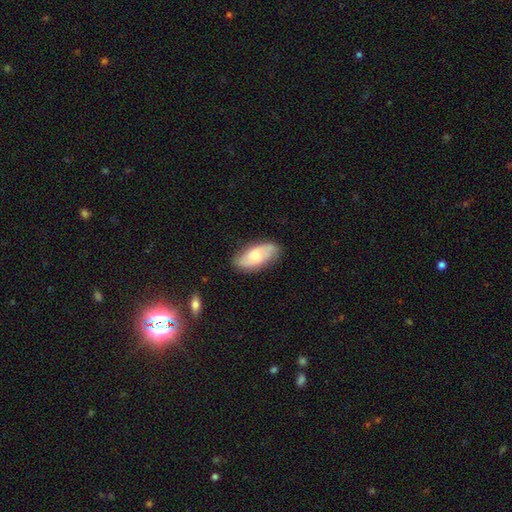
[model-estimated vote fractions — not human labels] This is possibly a smooth galaxy (48%). Merging: likely none (78%).